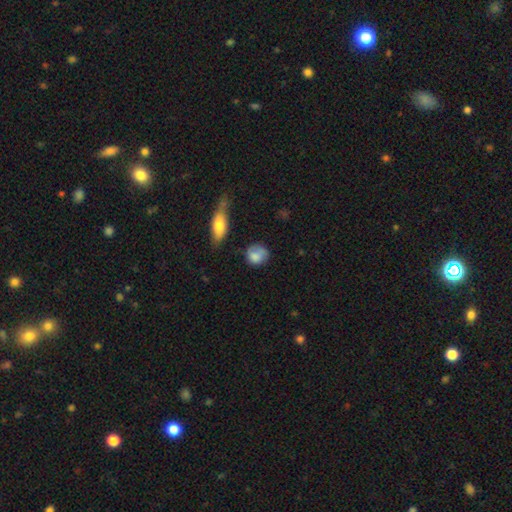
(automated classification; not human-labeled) smooth 77%, featured or disk 15%, star or artifact 8%. Down the decision tree: how rounded — round (67%); merging — none (51%).